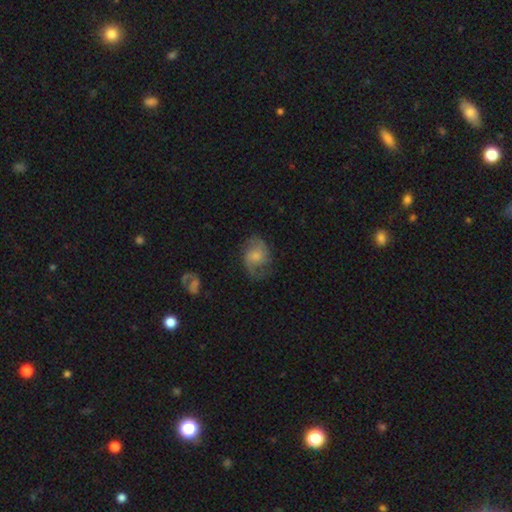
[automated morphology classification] featured or disk 65%, smooth 28%, star or artifact 7%. Down the decision tree: edge-on disk — no (97%); bar — no (66%); spiral arms — yes (90%); spiral arm count — 2 (79%); spiral winding — medium (47%); bulge size — small (48%); merging — none (63%).